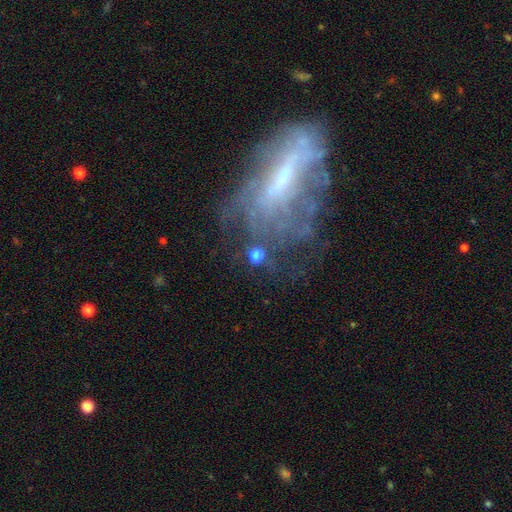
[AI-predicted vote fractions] Overall: smooth (56%; featured or disk 27%). How rounded: round (76%). Merging: none (61%).